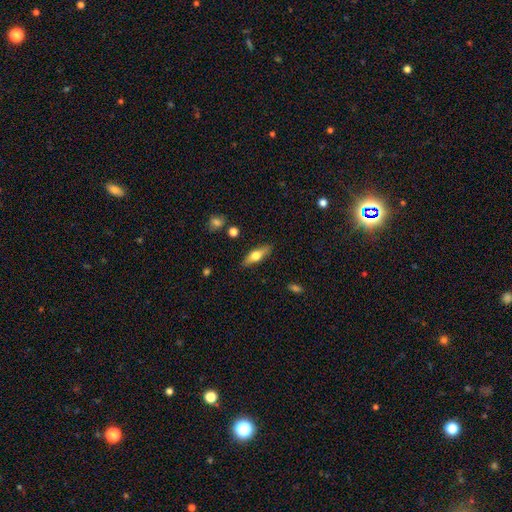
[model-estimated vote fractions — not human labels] Smooth or featured: smooth — 54% (featured or disk — 39%)
How rounded: in between — 49% (cigar-shaped — 47%)
Merging: none — 85% (minor disturbance — 10%)